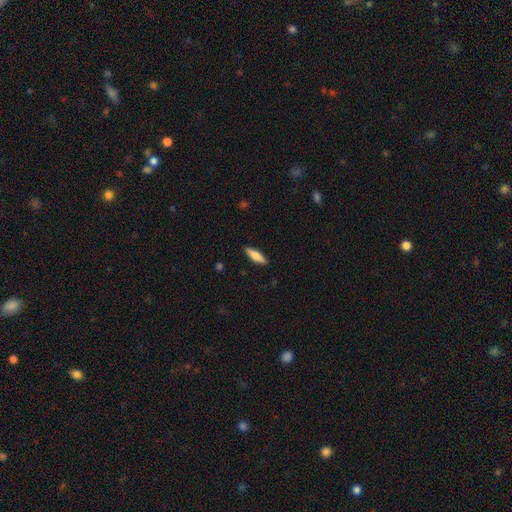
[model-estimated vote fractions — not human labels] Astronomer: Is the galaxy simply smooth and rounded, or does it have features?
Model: smooth — 70%.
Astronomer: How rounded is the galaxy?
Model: cigar-shaped — 59% (runner-up: in between, 39%).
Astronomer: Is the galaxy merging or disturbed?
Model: none — 89%.